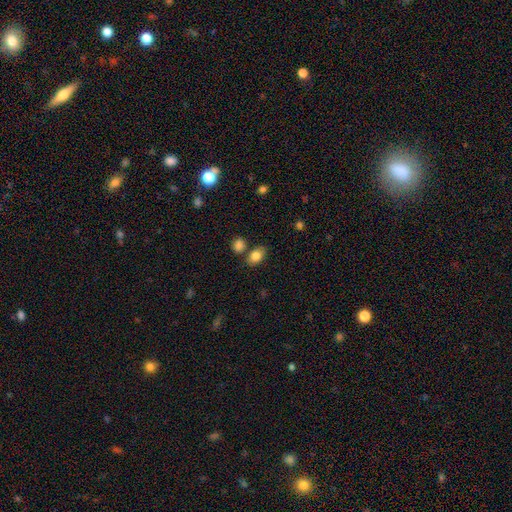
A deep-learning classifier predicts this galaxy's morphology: This appears to be a smooth galaxy with no disk features (83%) that is in between round and cigar-shaped (84%). Merging: none (72%).